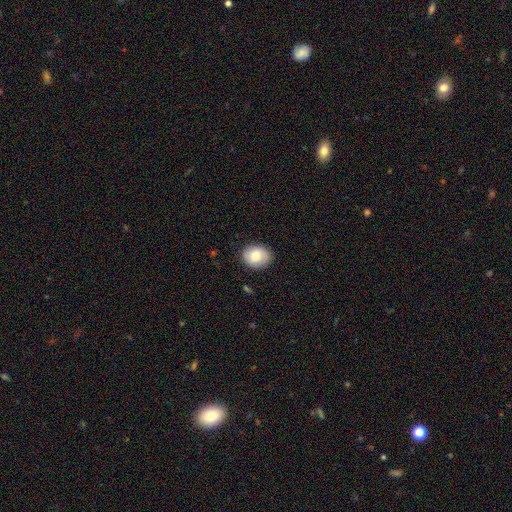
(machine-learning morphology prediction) Smooth or featured: smooth — 82% (featured or disk — 11%)
How rounded: in between — 54% (round — 45%)
Merging: none — 86% (minor disturbance — 11%)